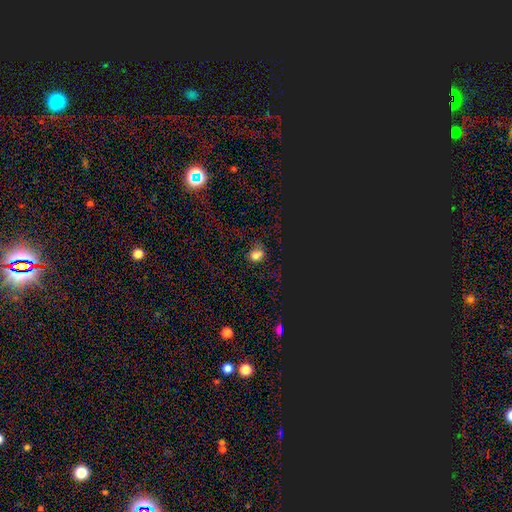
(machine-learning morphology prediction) smooth_or_featured: smooth (p=0.64) [alt: star or artifact p=0.30]
how_rounded: round (p=0.56) [alt: in between p=0.42]
merging: none (p=0.74) [alt: minor disturbance p=0.16]